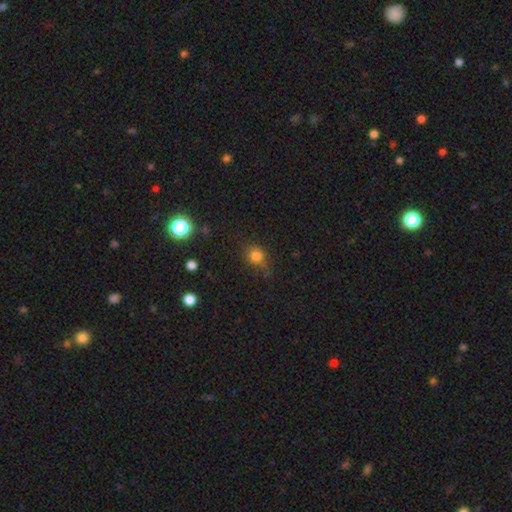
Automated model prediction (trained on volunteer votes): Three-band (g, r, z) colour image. It shows a smooth galaxy with no disk features (77%) that is round (76%). Merging: none (69%).